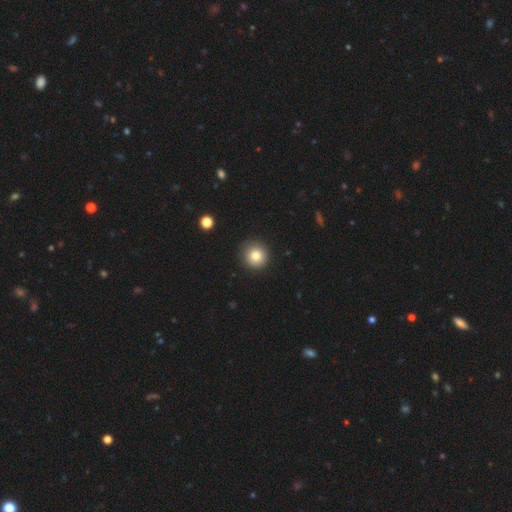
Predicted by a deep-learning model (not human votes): smooth 80%, star or artifact 11%, featured or disk 9%. Down the decision tree: how rounded — round (94%); merging — none (90%).